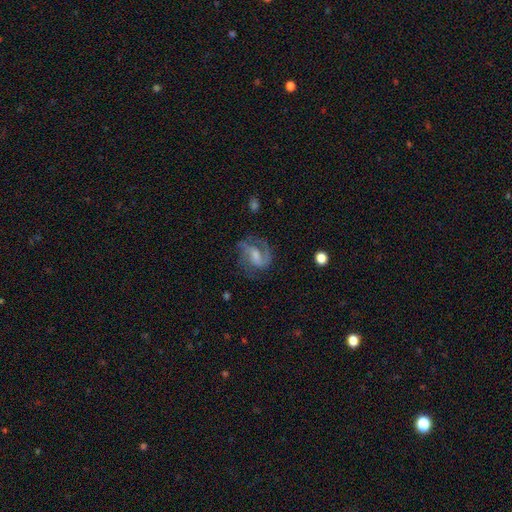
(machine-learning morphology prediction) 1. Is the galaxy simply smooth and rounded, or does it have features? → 75% featured or disk, 18% smooth, 7% star or artifact.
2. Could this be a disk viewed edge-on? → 98% no, 2% yes.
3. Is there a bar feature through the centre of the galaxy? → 52% weak, 30% no, 18% strong.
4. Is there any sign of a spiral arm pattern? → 92% yes, 8% no.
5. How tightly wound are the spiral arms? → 51% medium, 26% loose, 23% tight.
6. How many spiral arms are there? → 59% 2, 12% 1, 12% can't tell, 12% 3, 2% 4, 2% more than 4.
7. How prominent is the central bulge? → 37% moderate, 31% small, 21% none, 10% large, 2% dominant.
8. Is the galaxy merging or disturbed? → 58% none, 20% minor disturbance, 20% major disturbance, 2% merger.